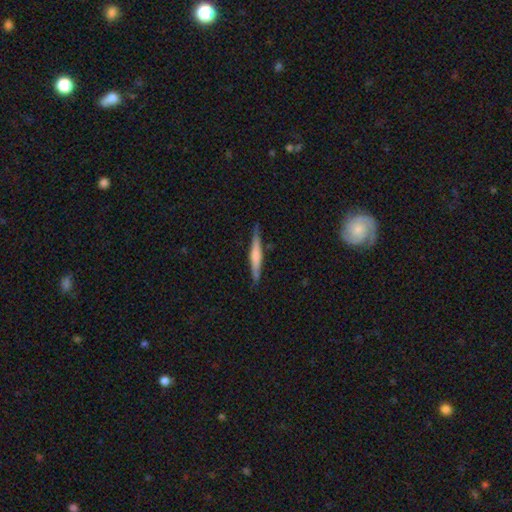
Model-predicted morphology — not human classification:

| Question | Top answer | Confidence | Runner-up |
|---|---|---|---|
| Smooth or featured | featured or disk | 49% | smooth (45%) |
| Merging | none | 85% | minor disturbance (11%) |